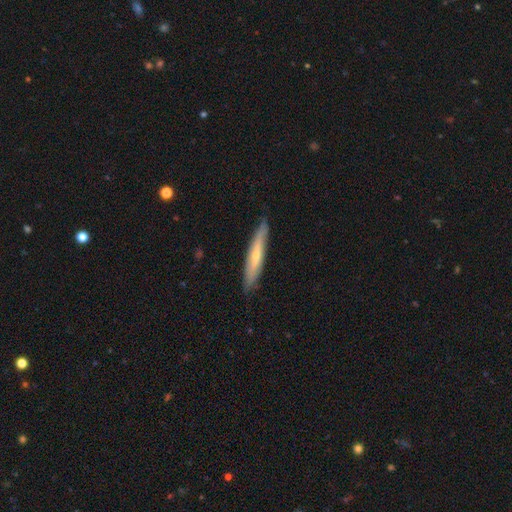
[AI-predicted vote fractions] Q: Smooth or featured?
A: featured or disk (53%); runner-up: smooth (41%)
Q: Edge-on disk?
A: yes (79%); runner-up: no (21%)
Q: Merging?
A: none (85%); runner-up: minor disturbance (12%)